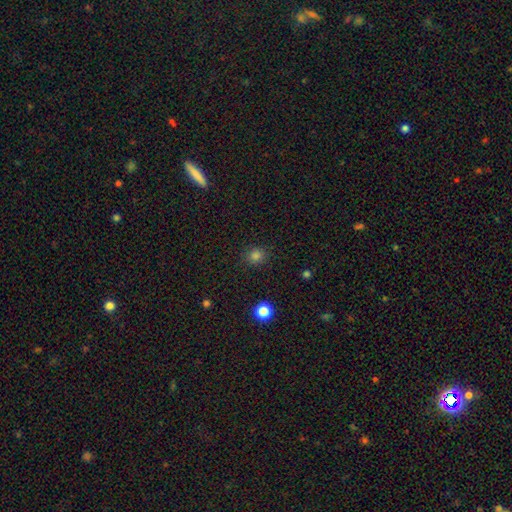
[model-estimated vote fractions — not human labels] Morphology: type=smooth (80%); roundness=round (86%); merging=none (89%).